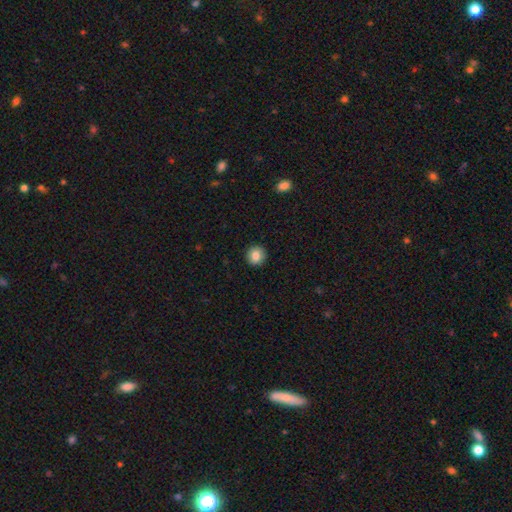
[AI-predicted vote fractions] Smooth or featured?
  - smooth: 84% *
  - star or artifact: 9%
  - featured or disk: 8%
How rounded?
  - round: 92% *
  - in between: 7%
  - cigar-shaped: 1%
Merging?
  - none: 92% *
  - minor disturbance: 5%
  - major disturbance: 2%
  - merger: 1%